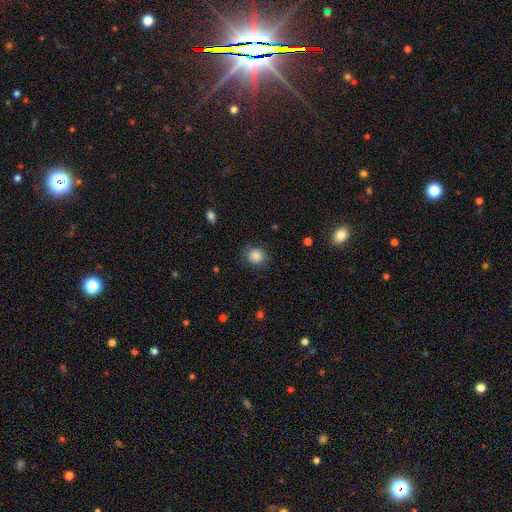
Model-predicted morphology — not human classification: The model was most divided on "how rounded": round: 84%, in between: 16%, cigar-shaped: 1%. More confident: smooth or featured — smooth (84%); merging — none (82%).